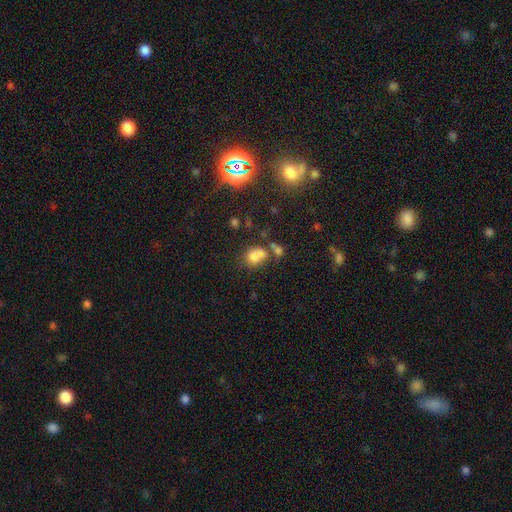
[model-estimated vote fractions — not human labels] Smooth or featured?
  - smooth: 71% *
  - star or artifact: 15%
  - featured or disk: 14%
How rounded?
  - round: 54% *
  - in between: 45%
  - cigar-shaped: 1%
Merging?
  - merger: 44% *
  - none: 34%
  - minor disturbance: 13%
  - major disturbance: 8%